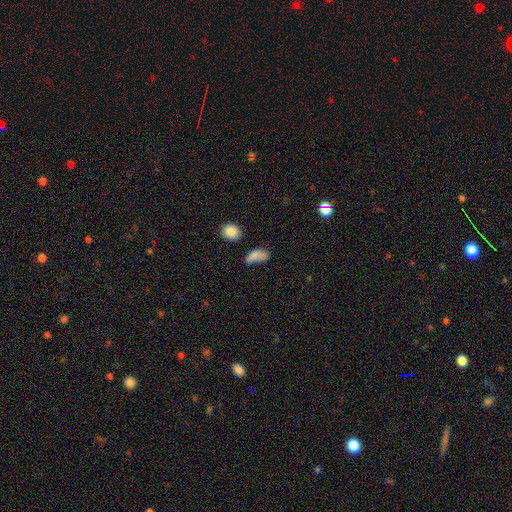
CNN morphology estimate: smooth 77%, star or artifact 13%, featured or disk 10%. Down the decision tree: how rounded — in between (82%); merging — none (39%).